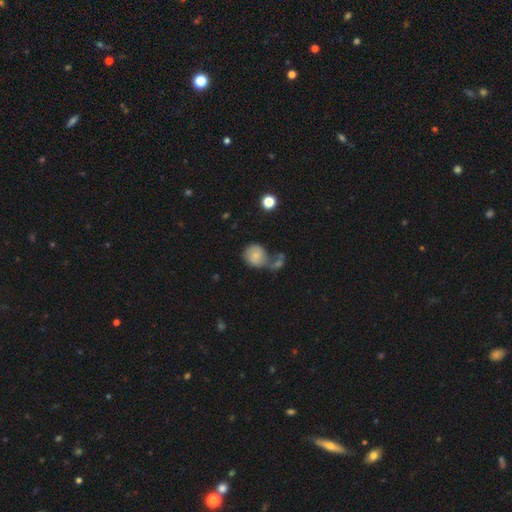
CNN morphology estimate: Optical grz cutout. It shows a smooth galaxy with no disk features (70%) that is round (77%). Merging: merger (37%).